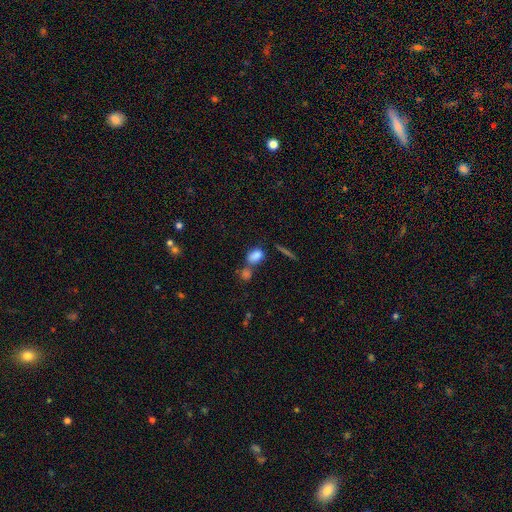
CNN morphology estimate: smooth 81%, star or artifact 10%, featured or disk 9%. Down the decision tree: how rounded — in between (77%); merging — none (42%).